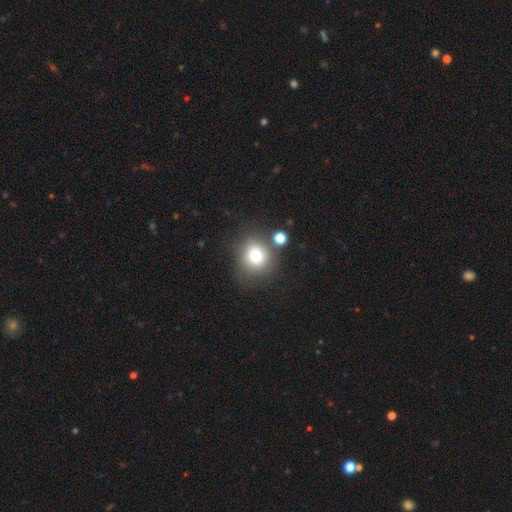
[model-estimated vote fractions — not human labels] Smooth or featured? Predicted: smooth (p=0.75). How rounded? Predicted: round (p=0.86). Merging? Predicted: none (p=0.70).